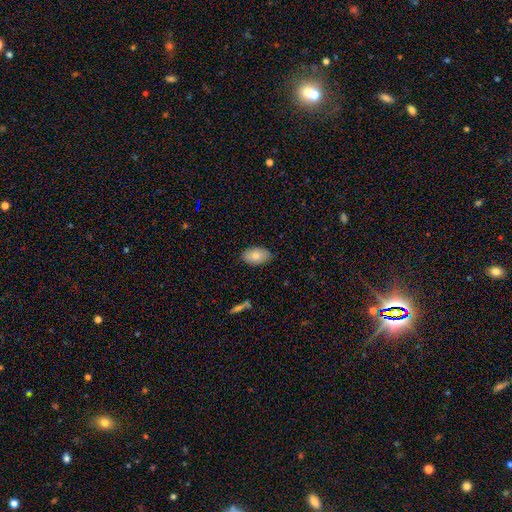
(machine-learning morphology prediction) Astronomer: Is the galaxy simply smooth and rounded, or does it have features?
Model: smooth — 81%.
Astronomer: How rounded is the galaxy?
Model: in between — 94%.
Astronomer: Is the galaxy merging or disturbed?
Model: none — 85%.